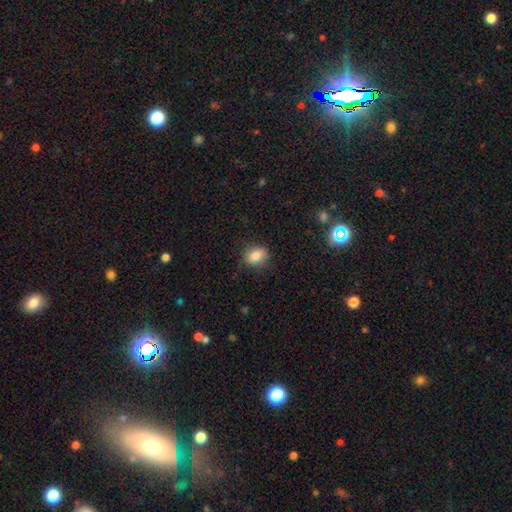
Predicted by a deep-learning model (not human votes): Smooth or featured: smooth — 85% (star or artifact — 9%)
How rounded: round — 52% (in between — 47%)
Merging: none — 84% (minor disturbance — 12%)